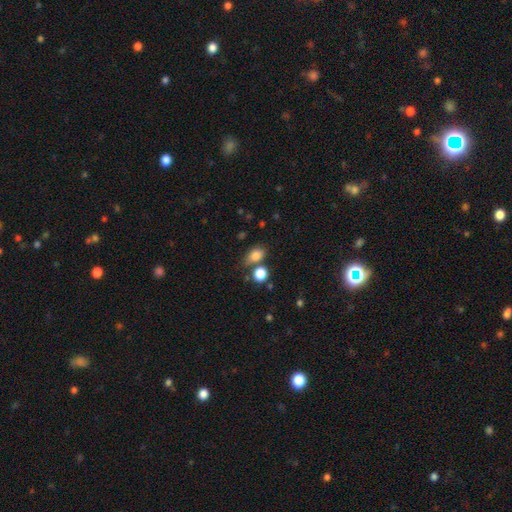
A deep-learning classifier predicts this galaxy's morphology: type=smooth (82%); roundness=in between (71%); merging=none (60%).